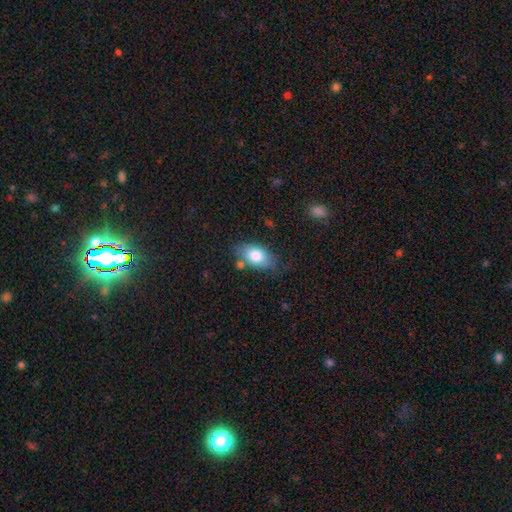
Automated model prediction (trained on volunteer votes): A smooth galaxy with no disk features (78%) that is in between round and cigar-shaped (89%). Merging: none (70%).